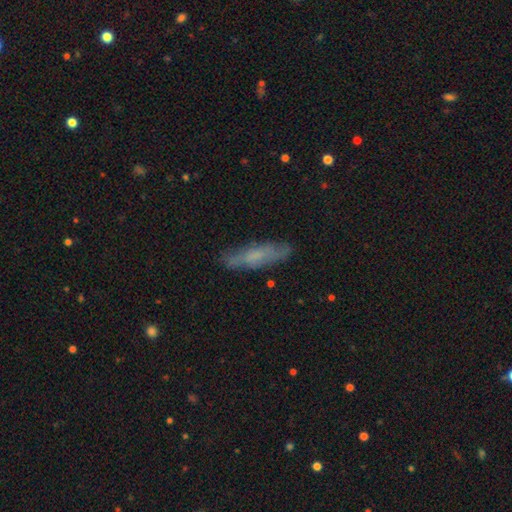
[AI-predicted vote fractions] A smooth galaxy with no disk features (57%) that is cigar-shaped (74%).

Vote fractions:
- Smooth or featured? smooth: 57% / featured or disk: 35% / star or artifact: 8%
- How rounded? cigar-shaped: 74% / in between: 24% / round: 2%
- Merging? none: 80% / minor disturbance: 15% / major disturbance: 3% / merger: 1%